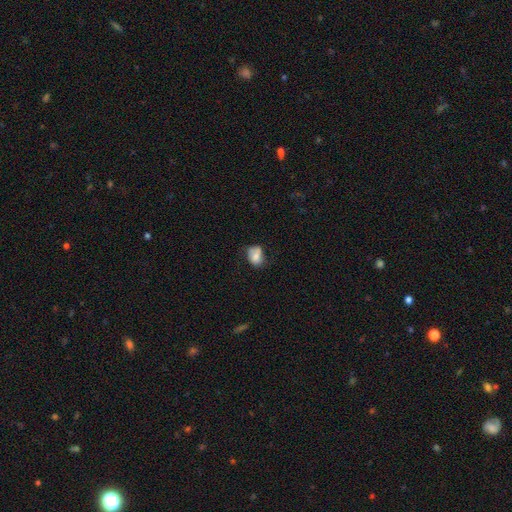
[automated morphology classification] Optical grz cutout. It shows a smooth galaxy with no disk features (71%) that is in between round and cigar-shaped (66%). Merging: none (42%).